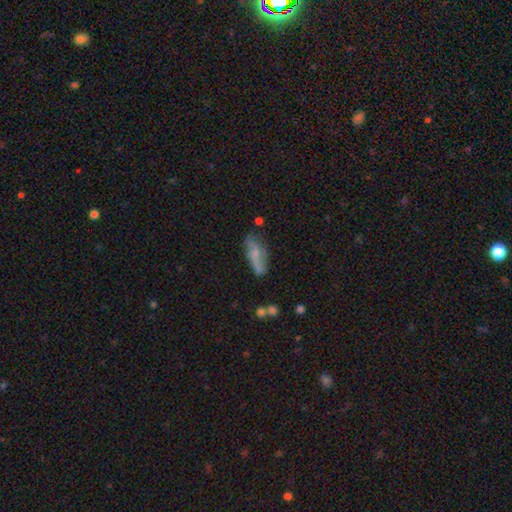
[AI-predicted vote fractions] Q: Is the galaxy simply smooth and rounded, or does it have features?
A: smooth — 53%.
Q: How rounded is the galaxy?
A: in between — 54%.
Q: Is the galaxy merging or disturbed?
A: none — 58%.